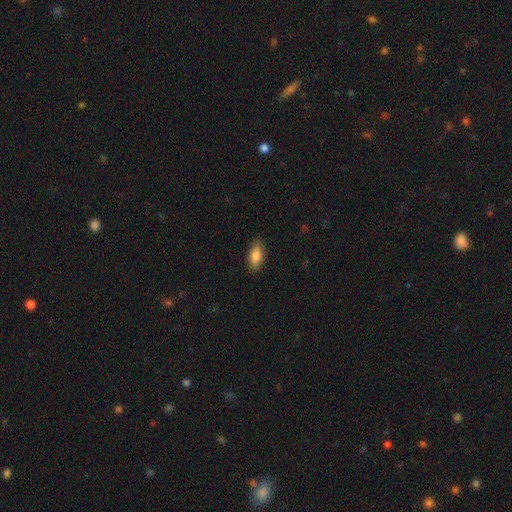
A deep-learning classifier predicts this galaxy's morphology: Smooth or featured? Predicted: smooth (p=0.79). How rounded? Predicted: in between (p=0.86). Merging? Predicted: none (p=0.86).